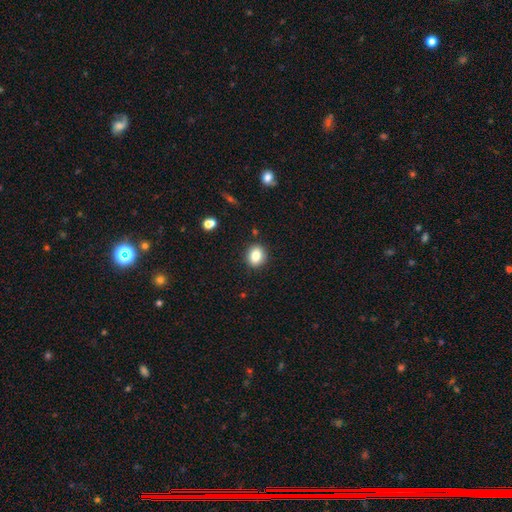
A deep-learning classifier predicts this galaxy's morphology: The model was most divided on "how rounded": round: 58%, in between: 41%, cigar-shaped: 1%. More confident: merging — none (88%); smooth or featured — smooth (83%).